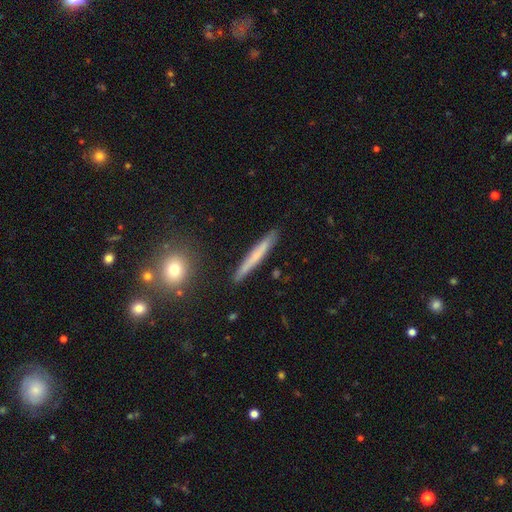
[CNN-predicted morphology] A smooth galaxy with no disk features (59%) that is cigar-shaped (96%). Merging: none (90%).